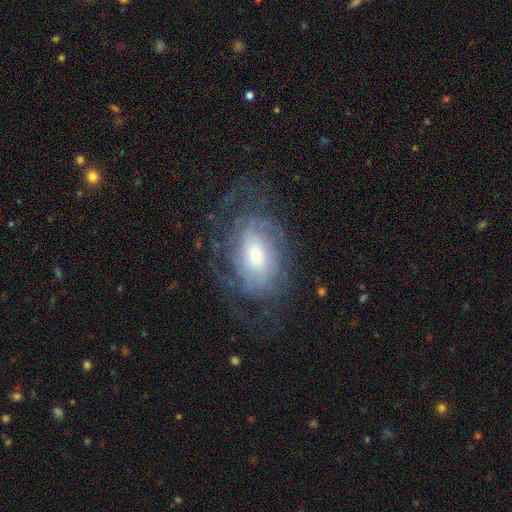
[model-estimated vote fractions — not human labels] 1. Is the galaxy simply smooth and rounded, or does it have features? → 76% featured or disk, 17% smooth, 7% star or artifact.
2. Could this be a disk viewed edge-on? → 95% no, 5% yes.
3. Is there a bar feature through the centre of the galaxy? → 61% no, 31% weak, 8% strong.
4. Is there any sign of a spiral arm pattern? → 88% yes, 12% no.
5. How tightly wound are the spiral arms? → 50% tight, 34% medium, 15% loose.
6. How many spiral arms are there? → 46% can't tell, 23% 2, 12% 3, 7% 4, 6% 1, 5% more than 4.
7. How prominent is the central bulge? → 48% moderate, 31% small, 17% large, 2% dominant, 2% none.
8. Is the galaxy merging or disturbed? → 62% none, 18% major disturbance, 18% minor disturbance, 1% merger.